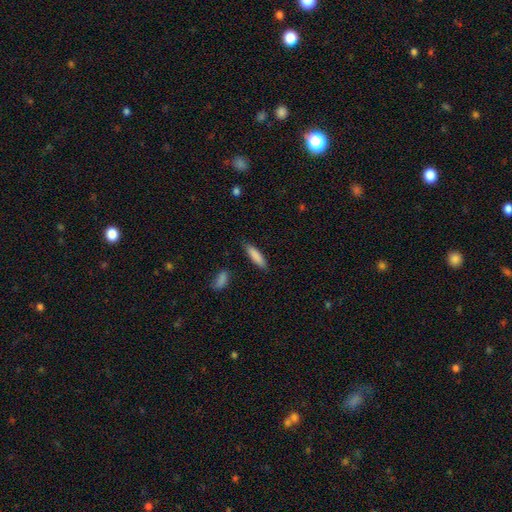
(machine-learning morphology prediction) smooth_or_featured: smooth (p=0.86) [alt: featured or disk p=0.08]
how_rounded: cigar-shaped (p=0.71) [alt: in between p=0.28]
merging: none (p=0.84) [alt: minor disturbance p=0.11]